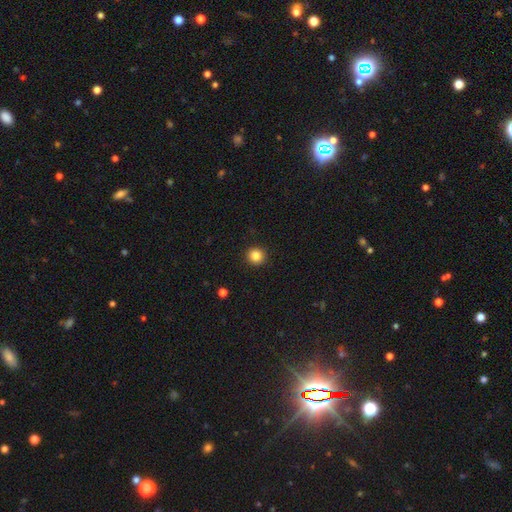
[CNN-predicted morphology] Smooth or featured? smooth (85%)
How rounded? round (94%)
Merging? none (93%)